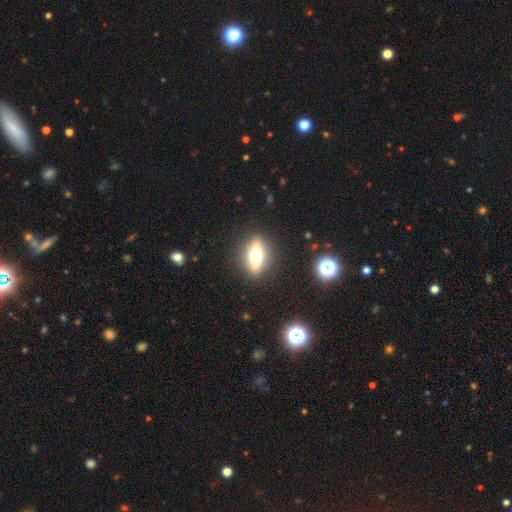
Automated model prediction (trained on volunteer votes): Overall: featured or disk (48%; smooth 42%). Merging: none (88%).